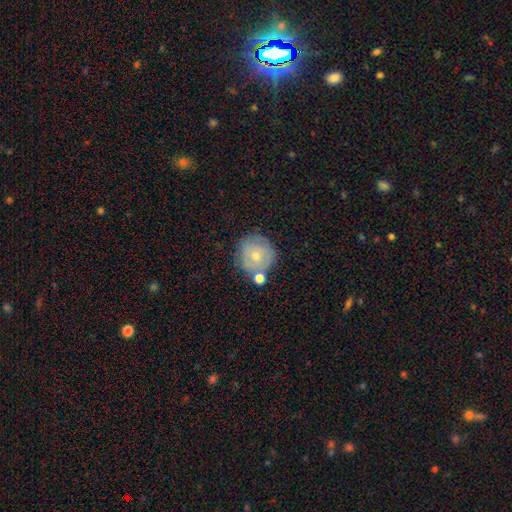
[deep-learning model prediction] A smooth galaxy with no disk features (58%) that is round (91%).

Vote fractions:
- Smooth or featured? smooth: 58% / featured or disk: 33% / star or artifact: 9%
- How rounded? round: 91% / in between: 8% / cigar-shaped: 1%
- Merging? none: 62% / minor disturbance: 17% / merger: 16% / major disturbance: 6%